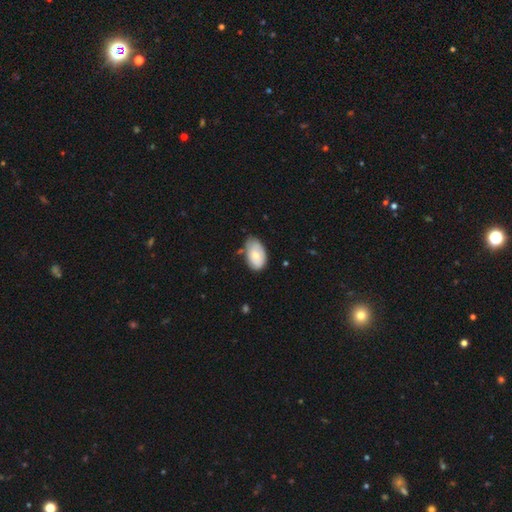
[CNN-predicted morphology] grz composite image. It shows a smooth galaxy with no disk features (69%) that is in between round and cigar-shaped (93%). Merging: none (56%).